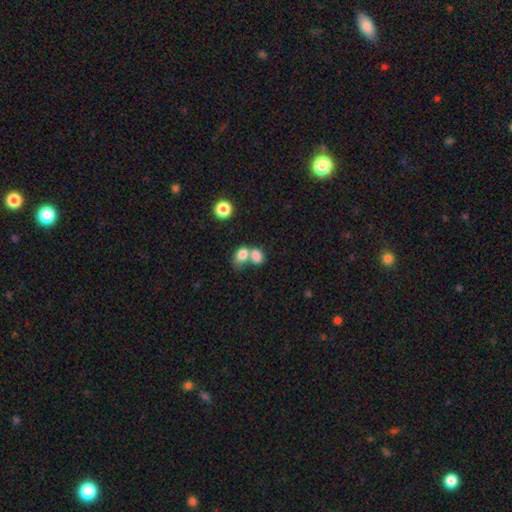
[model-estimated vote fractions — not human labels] smooth_or_featured: smooth (p=0.79) [alt: featured or disk p=0.12]
how_rounded: in between (p=0.74) [alt: round p=0.24]
merging: merger (p=0.65) [alt: none p=0.23]